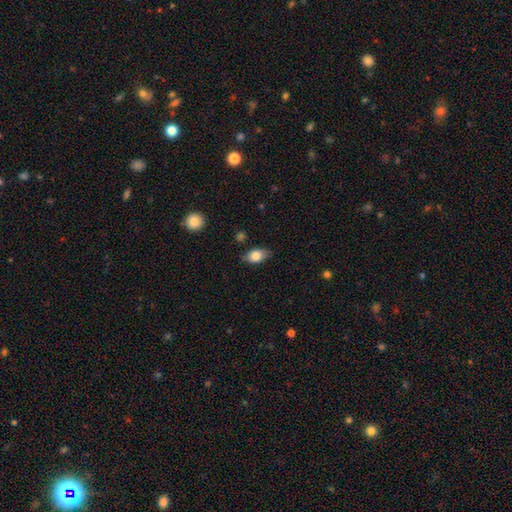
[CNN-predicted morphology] This is likely a smooth galaxy (79%). How rounded: clearly in between (86%). Merging: likely none (80%).